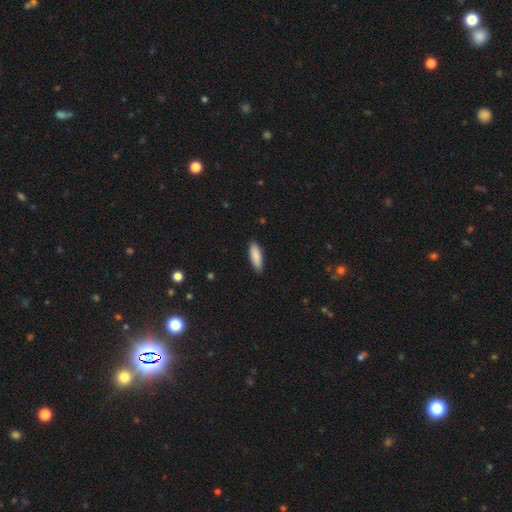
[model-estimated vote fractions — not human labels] Smooth or featured? smooth (88%)
How rounded? in between (54%)
Merging? none (86%)